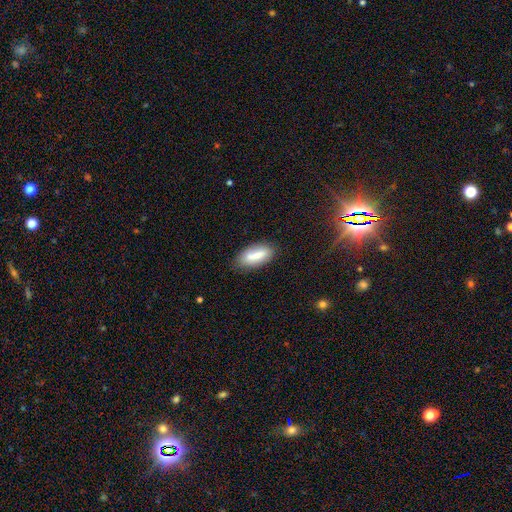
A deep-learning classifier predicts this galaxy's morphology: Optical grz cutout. It shows a smooth galaxy with no disk features (73%) that is in between round and cigar-shaped (78%). Merging: none (79%).